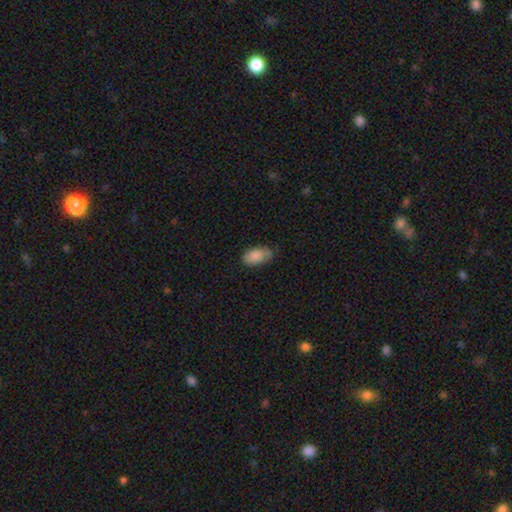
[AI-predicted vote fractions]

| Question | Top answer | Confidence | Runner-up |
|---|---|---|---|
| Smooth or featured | smooth | 85% | featured or disk (9%) |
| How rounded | in between | 94% | round (4%) |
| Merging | none | 62% | minor disturbance (30%) |